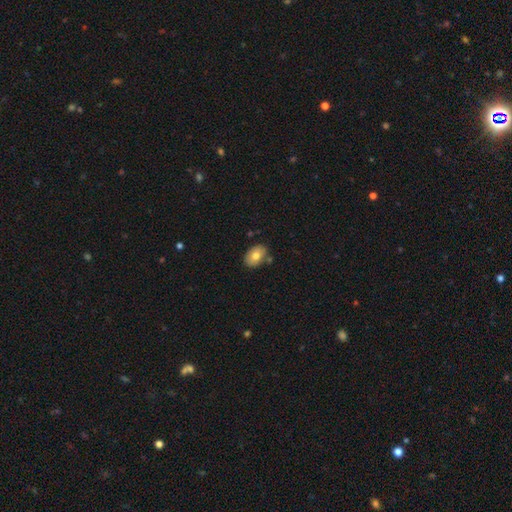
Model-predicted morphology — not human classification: smooth-or-featured: smooth: 75% | featured or disk: 17% | star or artifact: 8%
  how-rounded: in between: 83% | round: 16% | cigar-shaped: 1%
  merging: none: 78% | minor disturbance: 13% | merger: 7% | major disturbance: 3%